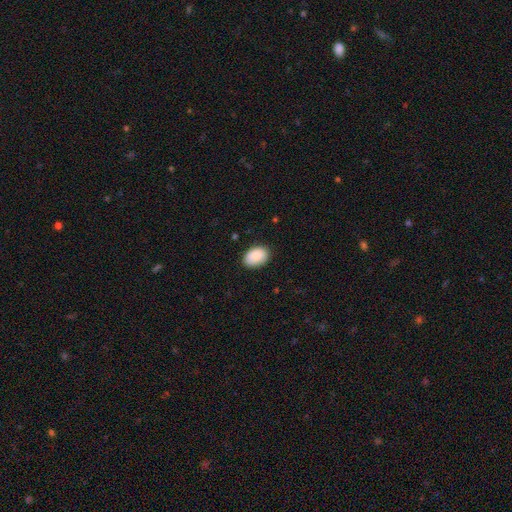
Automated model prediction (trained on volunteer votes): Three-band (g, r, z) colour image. It shows a smooth galaxy with no disk features (88%) that is in between round and cigar-shaped (86%). Merging: none (84%).